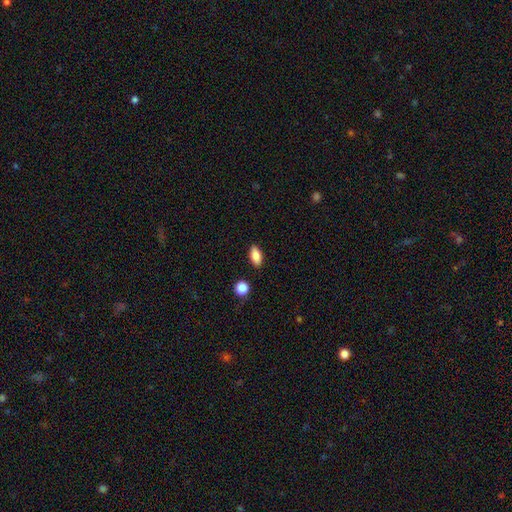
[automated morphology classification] This appears to be a smooth galaxy with no disk features (83%) that is in between round and cigar-shaped (86%). Merging: none (88%).